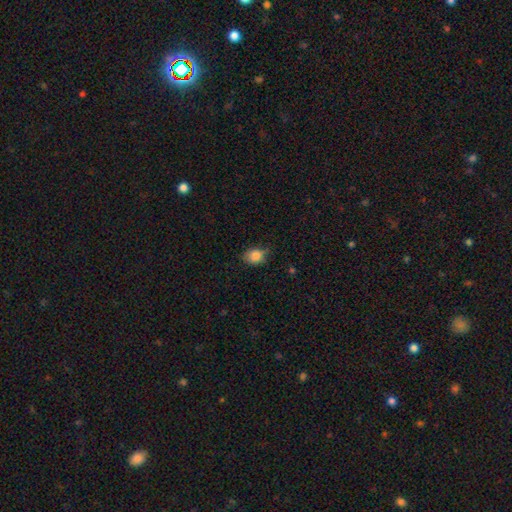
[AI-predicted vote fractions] The model was most divided on "how rounded" (2-way tie): in between: 49%, round: 49%, cigar-shaped: 1%. More confident: smooth or featured — smooth (85%); merging — none (62%).